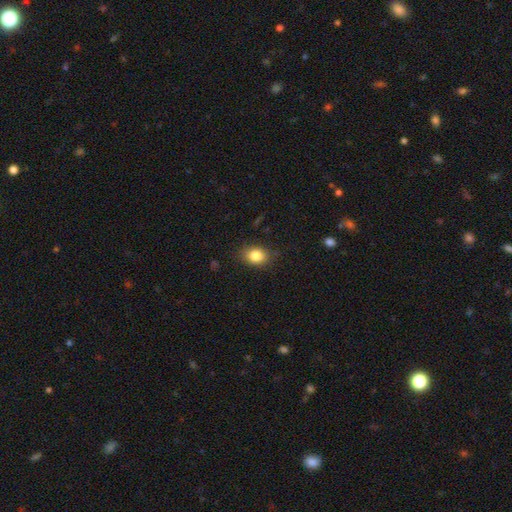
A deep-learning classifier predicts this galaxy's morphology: A smooth galaxy with no disk features (83%) that is in between round and cigar-shaped (57%).

Vote fractions:
- Smooth or featured? smooth: 83% / star or artifact: 10% / featured or disk: 7%
- How rounded? in between: 57% / round: 42% / cigar-shaped: 1%
- Merging? none: 82% / minor disturbance: 14% / major disturbance: 3% / merger: 1%